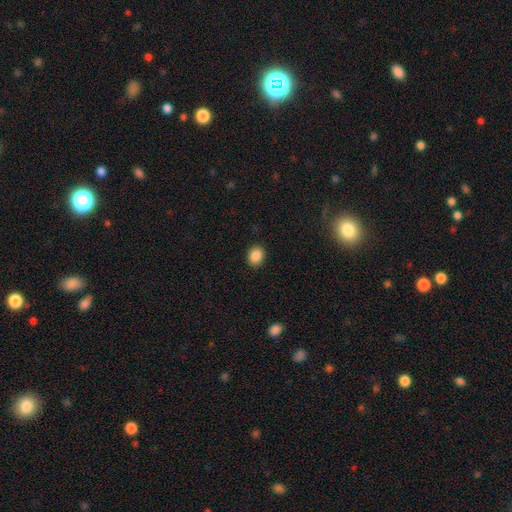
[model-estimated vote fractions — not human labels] This appears to be a smooth galaxy with no disk features (88%) that is round (52%). Merging: none (90%).